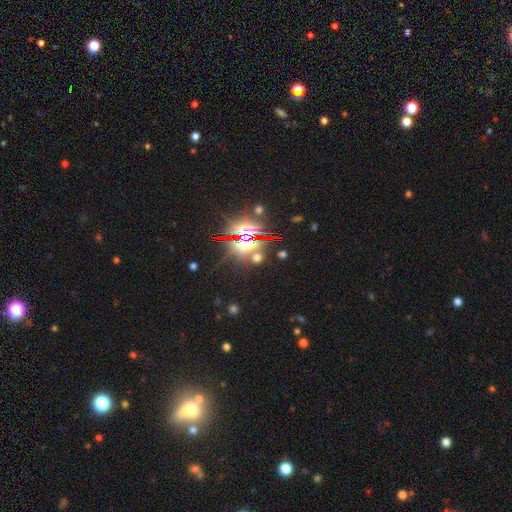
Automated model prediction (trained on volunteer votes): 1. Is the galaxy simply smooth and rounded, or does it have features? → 82% star or artifact, 10% smooth, 9% featured or disk.